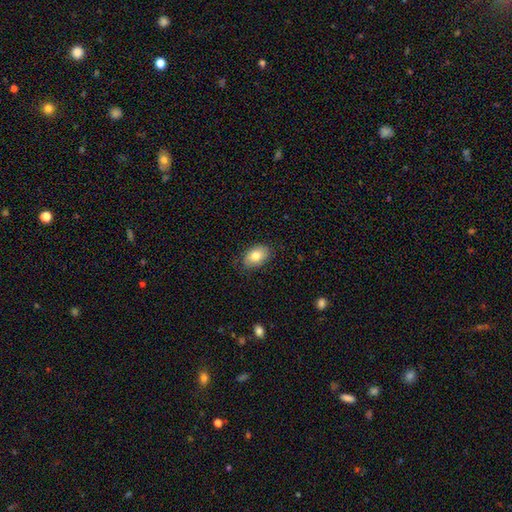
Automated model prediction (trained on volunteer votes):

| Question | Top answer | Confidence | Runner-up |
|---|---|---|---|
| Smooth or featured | smooth | 77% | featured or disk (15%) |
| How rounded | in between | 87% | round (12%) |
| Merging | none | 81% | minor disturbance (15%) |